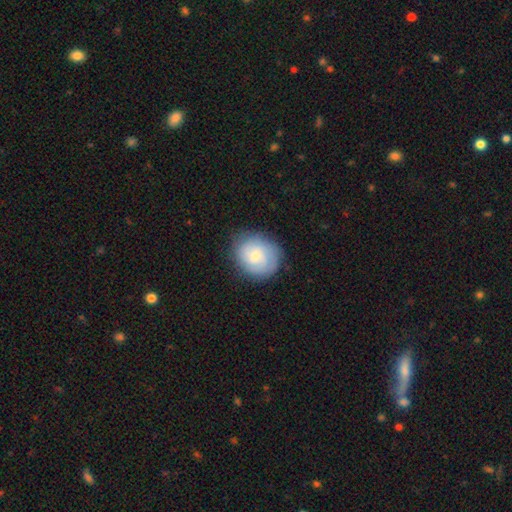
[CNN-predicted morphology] A featured or disk galaxy (47%). Merging: none (80%).